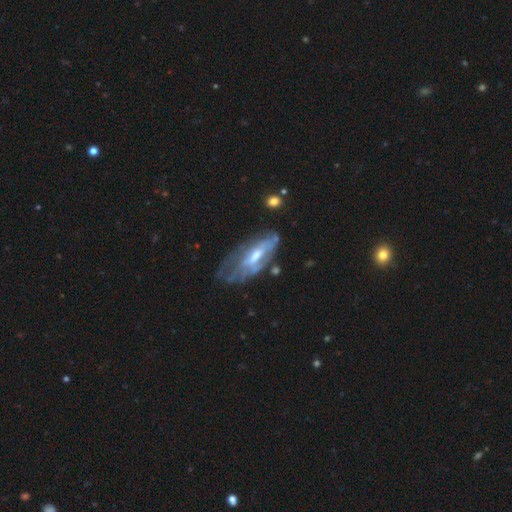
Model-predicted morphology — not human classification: Smooth or featured?
  - featured or disk: 69% *
  - smooth: 24%
  - star or artifact: 7%
Edge-on disk?
  - no: 81% *
  - yes: 19%
Bar?
  - no: 44% *
  - weak: 40%
  - strong: 16%
Spiral arms?
  - yes: 53% *
  - no: 47%
Bulge size?
  - moderate: 57% *
  - small: 32%
  - large: 6%
  - none: 3%
  - dominant: 1%
Merging?
  - none: 38% *
  - minor disturbance: 29%
  - major disturbance: 28%
  - merger: 5%